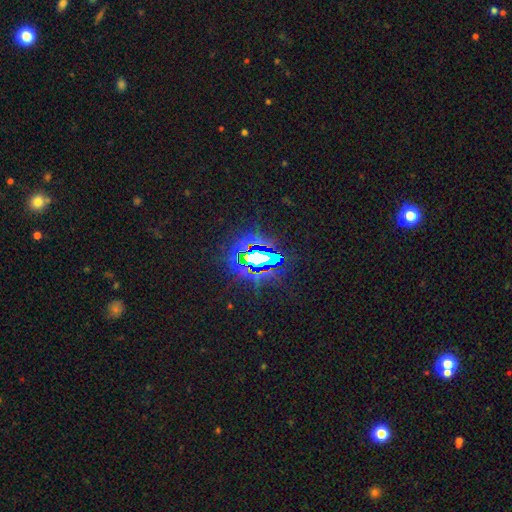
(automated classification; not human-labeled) smooth-or-featured: star or artifact: 72% | featured or disk: 14% | smooth: 13%